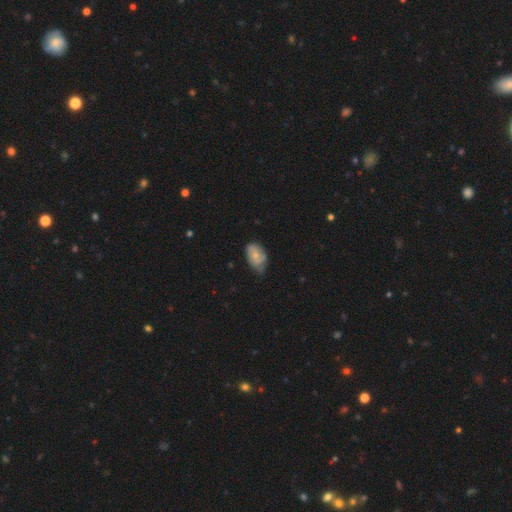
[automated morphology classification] smooth 58%, featured or disk 35%, star or artifact 7%. Down the decision tree: how rounded — in between (88%); merging — none (43%, tied with minor disturbance).